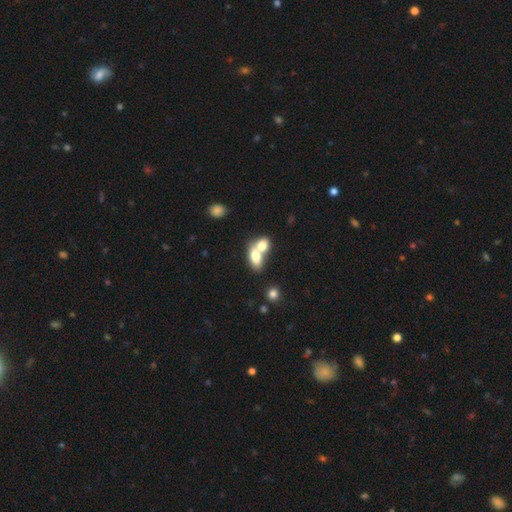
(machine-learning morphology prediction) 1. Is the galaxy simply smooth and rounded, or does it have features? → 71% smooth, 21% featured or disk, 8% star or artifact.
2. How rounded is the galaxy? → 79% in between, 16% round, 5% cigar-shaped.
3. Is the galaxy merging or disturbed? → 71% merger, 20% none, 6% minor disturbance, 4% major disturbance.